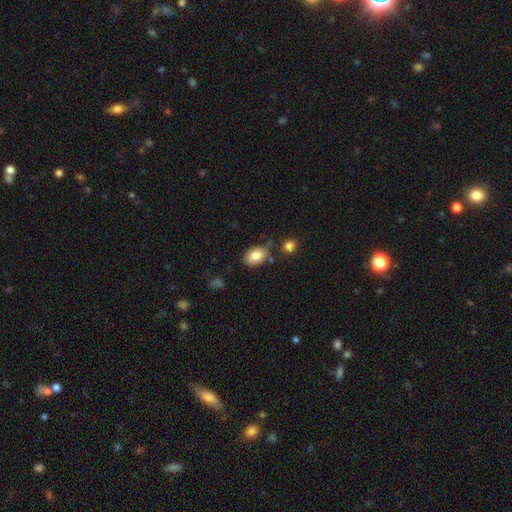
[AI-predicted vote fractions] Morphology: type=smooth (84%); roundness=in between (84%); merging=none (71%).